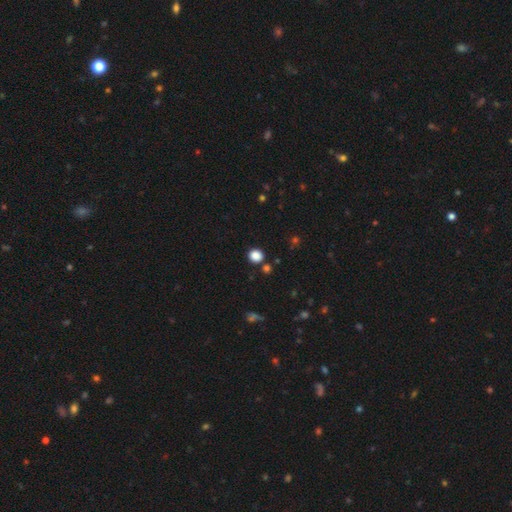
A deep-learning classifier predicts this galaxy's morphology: Q: Smooth or featured?
A: smooth (86%); runner-up: star or artifact (11%)
Q: How rounded?
A: round (82%); runner-up: in between (17%)
Q: Merging?
A: none (84%); runner-up: minor disturbance (8%)